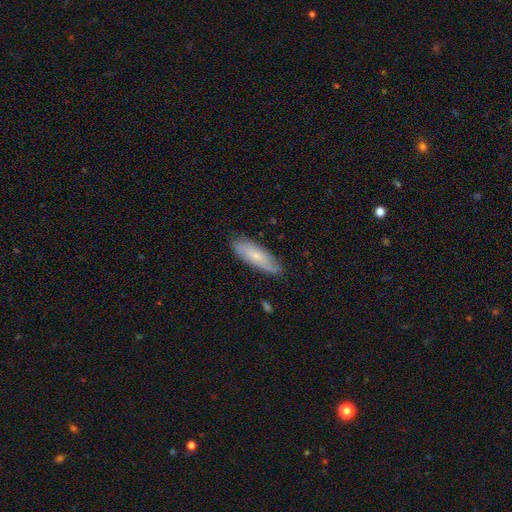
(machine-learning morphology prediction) Smooth or featured: smooth — 56% (featured or disk — 38%)
How rounded: in between — 53% (cigar-shaped — 45%)
Merging: none — 78% (minor disturbance — 18%)